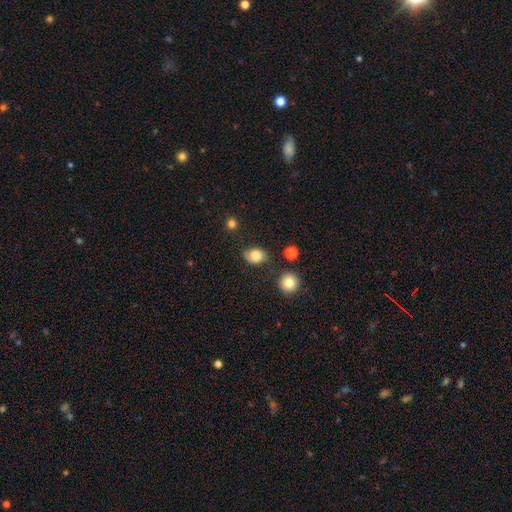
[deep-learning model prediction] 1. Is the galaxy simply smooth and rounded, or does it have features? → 77% smooth, 14% featured or disk, 10% star or artifact.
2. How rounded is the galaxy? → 61% in between, 38% round, 1% cigar-shaped.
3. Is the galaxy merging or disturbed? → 73% none, 19% minor disturbance, 5% major disturbance, 3% merger.